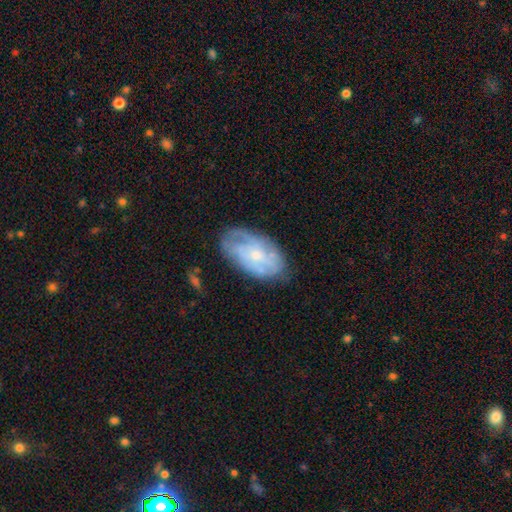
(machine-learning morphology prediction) Smooth or featured?
  - featured or disk: 64% *
  - smooth: 29%
  - star or artifact: 7%
Edge-on disk?
  - no: 95% *
  - yes: 5%
Bar?
  - no: 76% *
  - weak: 21%
  - strong: 3%
Spiral arms?
  - yes: 72% *
  - no: 28%
Bulge size?
  - small: 61% *
  - moderate: 33%
  - none: 3%
  - large: 2%
  - dominant: 1%
Merging?
  - none: 65% *
  - minor disturbance: 24%
  - major disturbance: 9%
  - merger: 2%